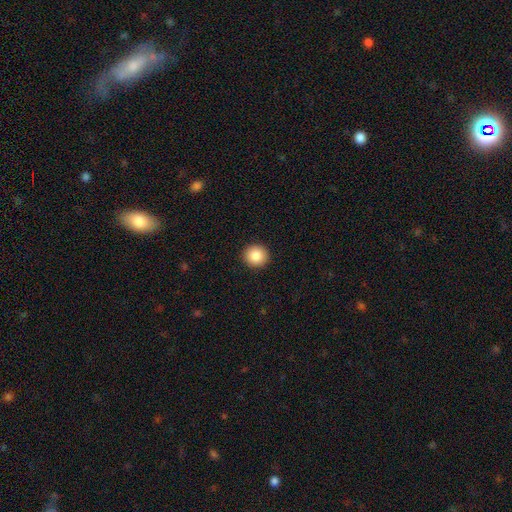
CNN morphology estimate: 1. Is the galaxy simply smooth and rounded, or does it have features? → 87% smooth, 8% star or artifact, 5% featured or disk.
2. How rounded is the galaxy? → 92% round, 7% in between, 1% cigar-shaped.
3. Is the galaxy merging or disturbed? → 93% none, 4% minor disturbance, 2% major disturbance, 1% merger.